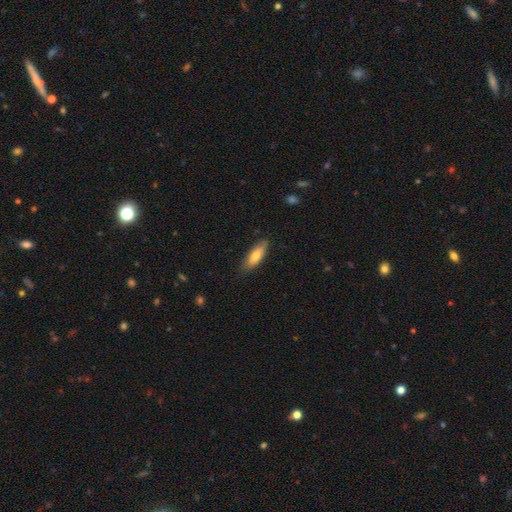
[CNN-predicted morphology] A smooth galaxy with no disk features (71%) that is in between round and cigar-shaped (57%).

Vote fractions:
- Smooth or featured? smooth: 71% / featured or disk: 23% / star or artifact: 6%
- How rounded? in between: 57% / cigar-shaped: 41% / round: 2%
- Merging? none: 78% / minor disturbance: 18% / major disturbance: 3% / merger: 1%